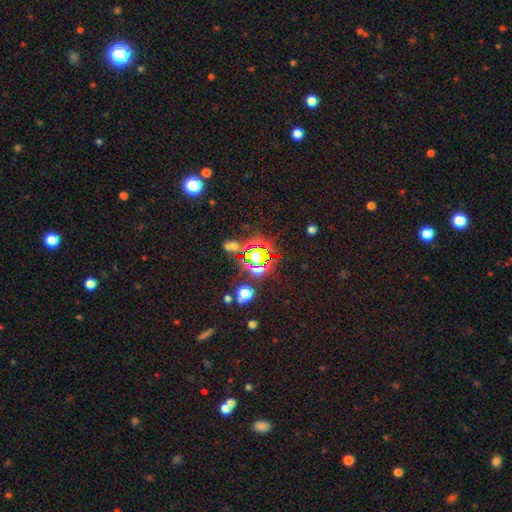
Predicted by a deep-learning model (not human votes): Q: Smooth or featured?
A: star or artifact (63%); runner-up: smooth (25%)